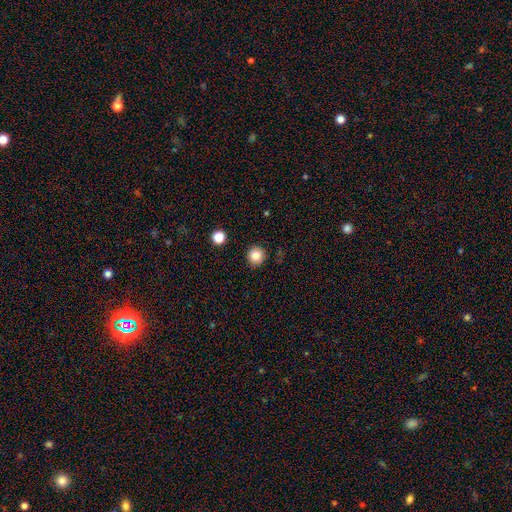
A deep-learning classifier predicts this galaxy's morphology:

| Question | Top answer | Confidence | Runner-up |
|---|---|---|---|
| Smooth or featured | smooth | 83% | star or artifact (11%) |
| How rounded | round | 92% | in between (7%) |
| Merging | none | 91% | minor disturbance (6%) |